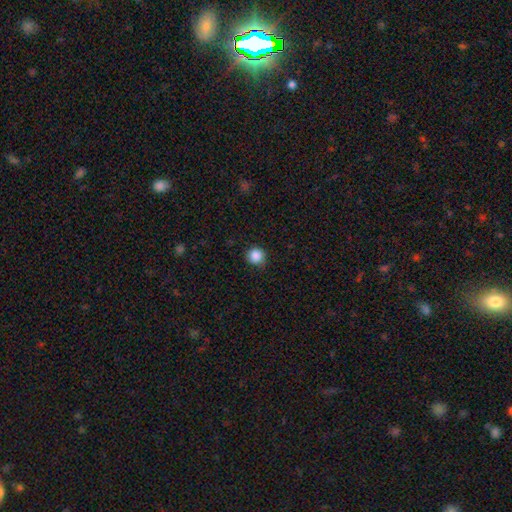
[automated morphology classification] Smooth or featured? smooth (87%)
How rounded? round (94%)
Merging? none (87%)